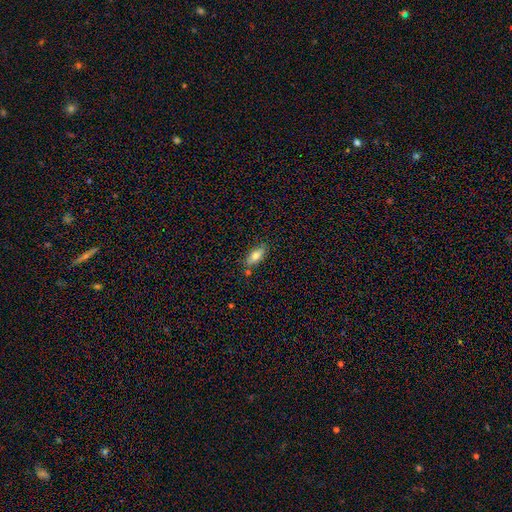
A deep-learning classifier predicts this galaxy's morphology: Smooth or featured? smooth (74%)
How rounded? in between (77%)
Merging? none (78%)